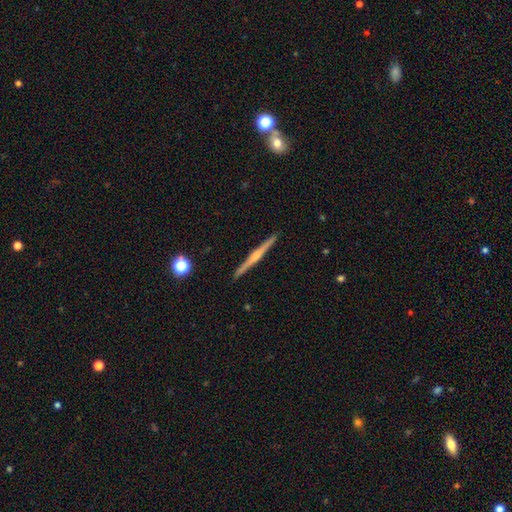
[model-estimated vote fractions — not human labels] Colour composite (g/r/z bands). It shows a featured or disk galaxy (74%) viewed edge-on (99%) with a rounded central bulge (72%). Merging: none (93%).